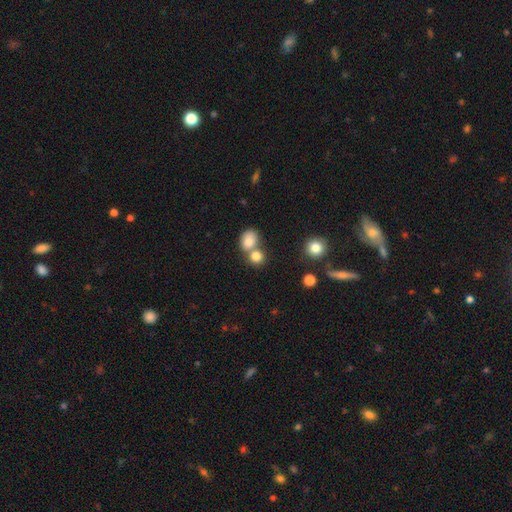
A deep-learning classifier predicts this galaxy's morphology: Q: Smooth or featured?
A: smooth (81%); runner-up: star or artifact (10%)
Q: How rounded?
A: round (73%); runner-up: in between (26%)
Q: Merging?
A: merger (49%); runner-up: none (41%)